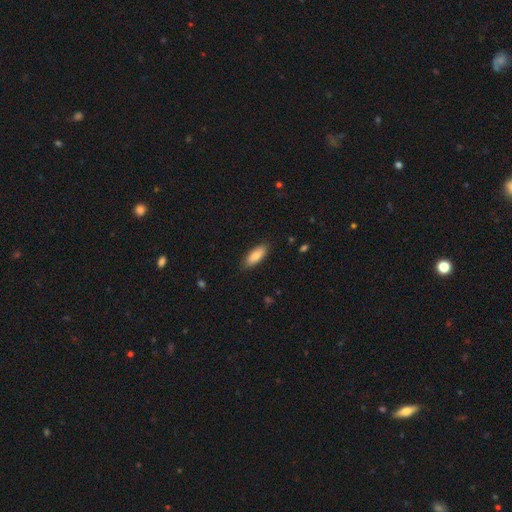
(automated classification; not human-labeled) Morphology: type=smooth (82%); roundness=in between (75%); merging=none (87%).